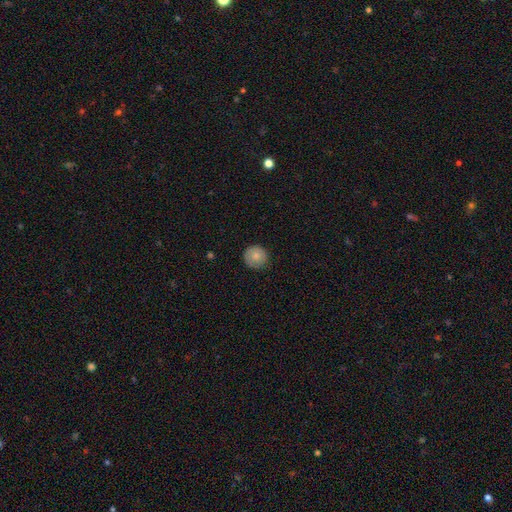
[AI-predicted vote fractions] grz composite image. It shows a smooth galaxy with no disk features (82%) that is round (93%). Merging: none (85%).